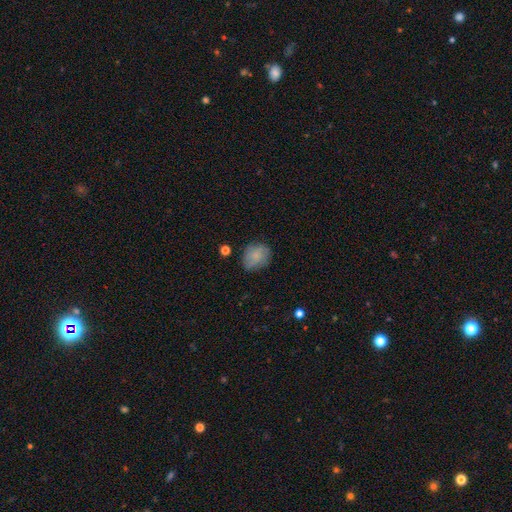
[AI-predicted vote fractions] Smooth or featured?
  - smooth: 78% *
  - featured or disk: 14%
  - star or artifact: 8%
How rounded?
  - round: 58% *
  - in between: 41%
  - cigar-shaped: 1%
Merging?
  - none: 74% *
  - minor disturbance: 18%
  - major disturbance: 5%
  - merger: 2%